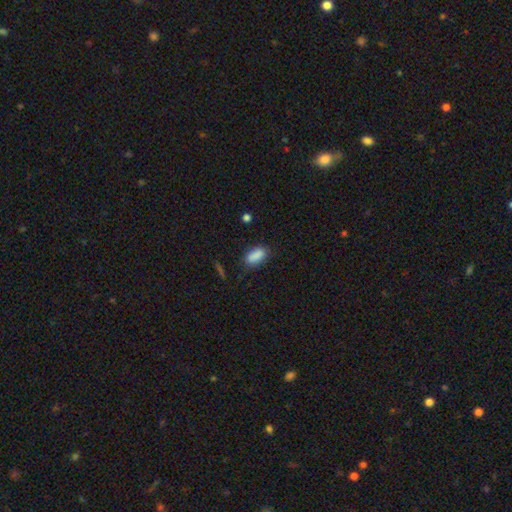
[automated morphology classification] A smooth galaxy with no disk features (87%) that is in between round and cigar-shaped (84%).

Vote fractions:
- Smooth or featured? smooth: 87% / star or artifact: 8% / featured or disk: 5%
- How rounded? in between: 84% / cigar-shaped: 12% / round: 4%
- Merging? none: 79% / minor disturbance: 15% / major disturbance: 4% / merger: 2%